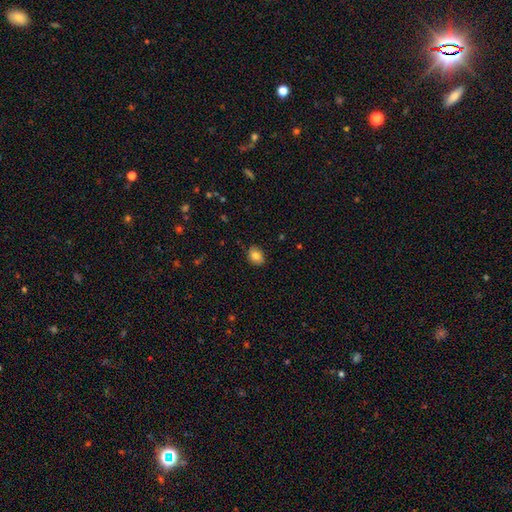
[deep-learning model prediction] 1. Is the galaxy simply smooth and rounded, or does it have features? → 83% smooth, 9% star or artifact, 8% featured or disk.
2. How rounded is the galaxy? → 50% in between, 49% round, 1% cigar-shaped.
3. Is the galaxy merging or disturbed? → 86% none, 11% minor disturbance, 2% major disturbance, 1% merger.